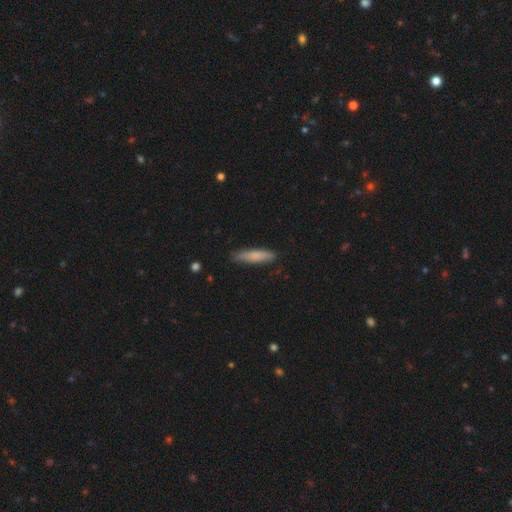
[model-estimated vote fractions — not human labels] This appears to be a smooth galaxy with no disk features (77%) that is cigar-shaped (81%). Merging: none (82%).